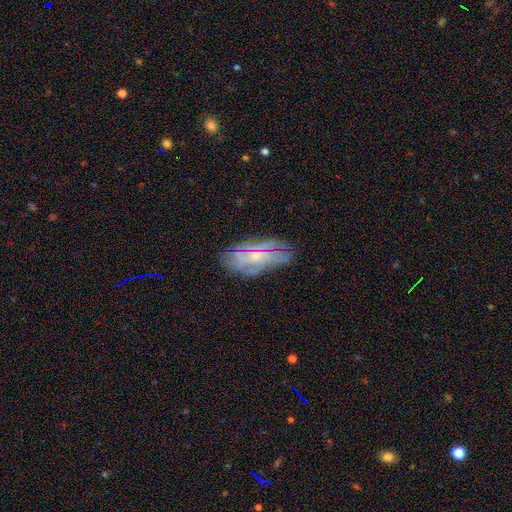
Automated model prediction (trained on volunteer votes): Overall: featured or disk (58%; smooth 31%). Edge-on disk: no (89%). Bar: no (66%; weak 27%). Spiral arms: yes (67%; no 33%). Bulge size: small (49%; moderate 38%). Merging: none (69%).